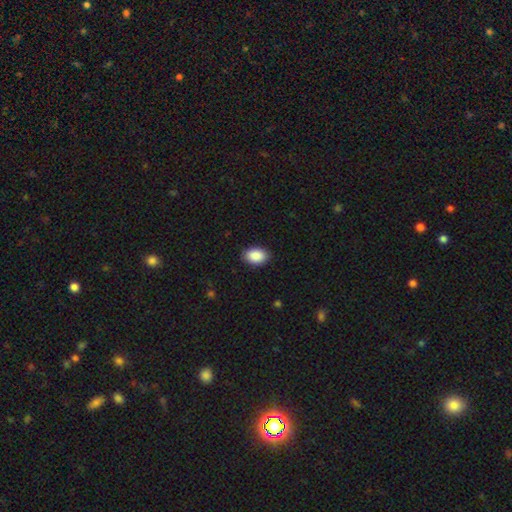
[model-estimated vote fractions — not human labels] Smooth or featured: smooth — 90% (star or artifact — 7%)
How rounded: in between — 86% (round — 13%)
Merging: none — 89% (minor disturbance — 9%)